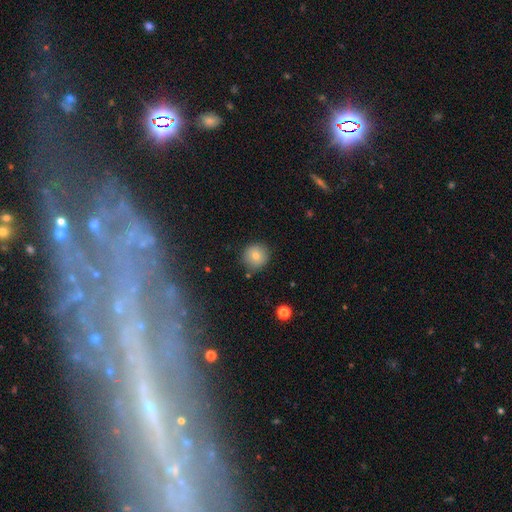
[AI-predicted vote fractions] This is likely a smooth galaxy (76%). How rounded: clearly round (93%). Merging: clearly none (84%).